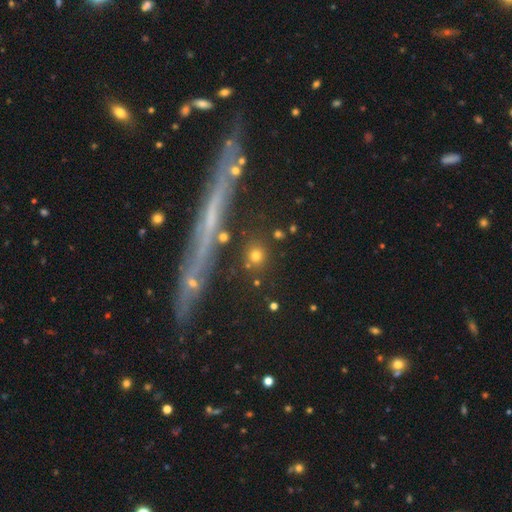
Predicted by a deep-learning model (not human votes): A smooth galaxy with no disk features (73%) that is round (87%).

Vote fractions:
- Smooth or featured? smooth: 73% / star or artifact: 15% / featured or disk: 12%
- How rounded? round: 87% / in between: 8% / cigar-shaped: 5%
- Merging? none: 85% / minor disturbance: 8% / merger: 5% / major disturbance: 3%